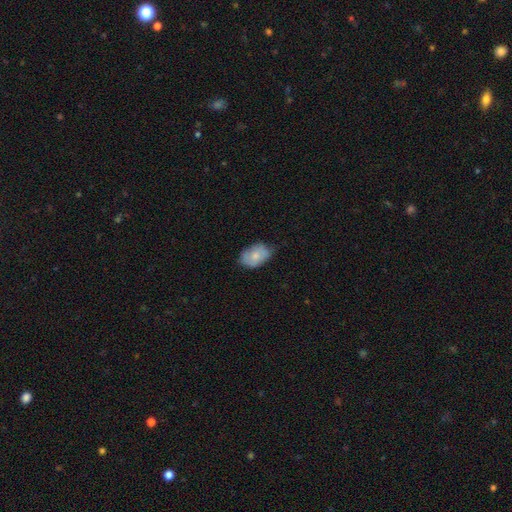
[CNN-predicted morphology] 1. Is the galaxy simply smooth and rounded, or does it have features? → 75% smooth, 18% featured or disk, 7% star or artifact.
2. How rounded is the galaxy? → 85% in between, 14% round, 1% cigar-shaped.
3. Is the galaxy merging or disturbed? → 56% none, 36% minor disturbance, 7% major disturbance, 1% merger.